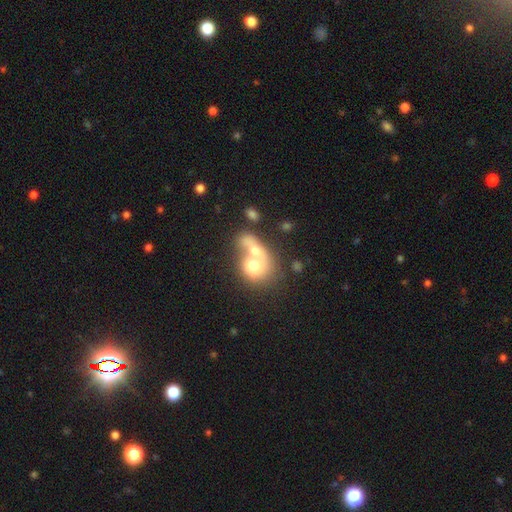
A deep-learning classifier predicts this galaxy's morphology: A smooth galaxy with no disk features (59%) that is round (61%).

Vote fractions:
- Smooth or featured? smooth: 59% / featured or disk: 31% / star or artifact: 10%
- How rounded? round: 61% / in between: 37% / cigar-shaped: 2%
- Merging? merger: 73% / none: 14% / major disturbance: 7% / minor disturbance: 6%